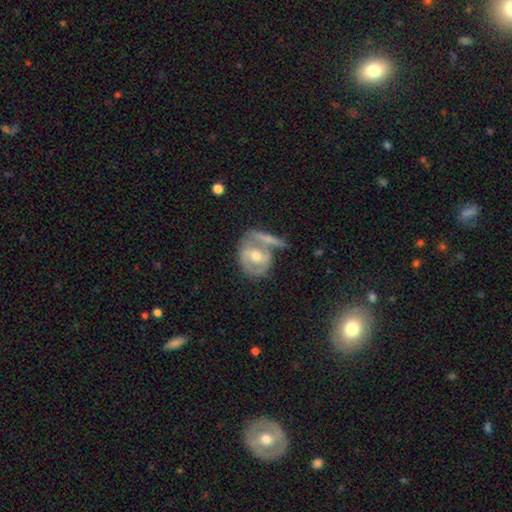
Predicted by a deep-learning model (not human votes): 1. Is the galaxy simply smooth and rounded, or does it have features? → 64% featured or disk, 30% smooth, 6% star or artifact.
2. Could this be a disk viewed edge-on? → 92% no, 8% yes.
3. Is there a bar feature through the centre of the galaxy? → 38% weak, 37% no, 24% strong.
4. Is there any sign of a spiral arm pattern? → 50% no (tied), 50% yes (tied).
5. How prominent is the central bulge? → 73% moderate, 20% small, 5% large, 1% none, 1% dominant.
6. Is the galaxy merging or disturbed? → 45% none, 27% merger, 18% minor disturbance, 10% major disturbance.